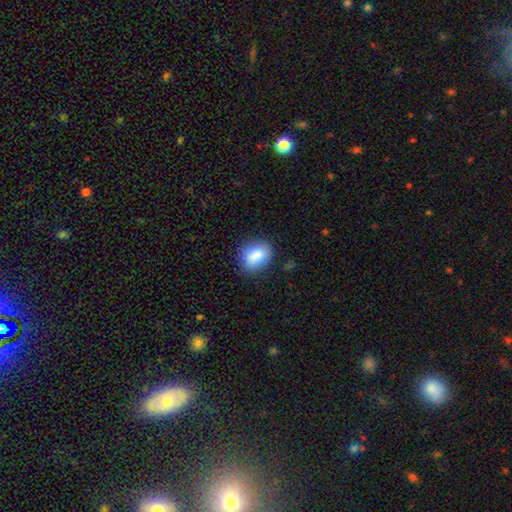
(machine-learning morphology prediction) A smooth galaxy with no disk features (85%) that is in between round and cigar-shaped (67%).

Vote fractions:
- Smooth or featured? smooth: 85% / star or artifact: 8% / featured or disk: 7%
- How rounded? in between: 67% / round: 32% / cigar-shaped: 2%
- Merging? none: 77% / minor disturbance: 16% / major disturbance: 4% / merger: 2%